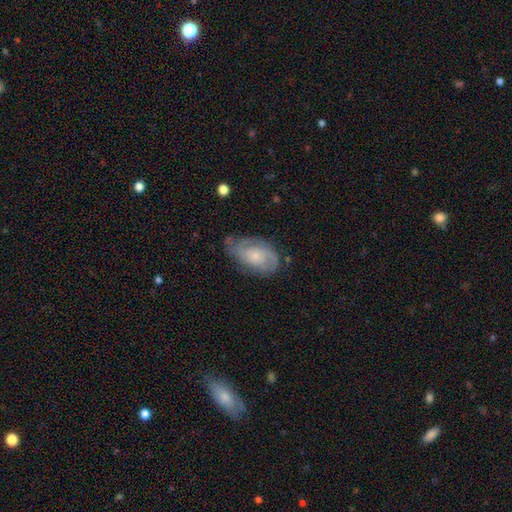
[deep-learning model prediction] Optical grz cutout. It shows a featured or disk galaxy (78%) with no bar (73%), 2 (58%) tight (52%) spiral arms (94%) and a small central bulge (69%). Merging: none (66%).